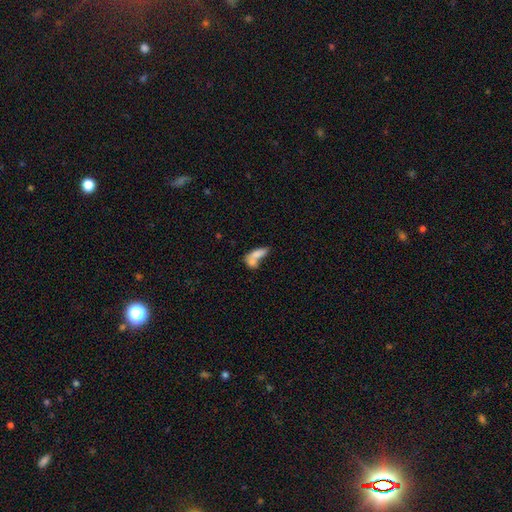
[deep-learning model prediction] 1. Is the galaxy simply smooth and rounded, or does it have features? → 74% smooth, 17% featured or disk, 8% star or artifact.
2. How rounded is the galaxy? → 73% in between, 21% cigar-shaped, 6% round.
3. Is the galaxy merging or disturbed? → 64% merger, 21% none, 8% minor disturbance, 6% major disturbance.